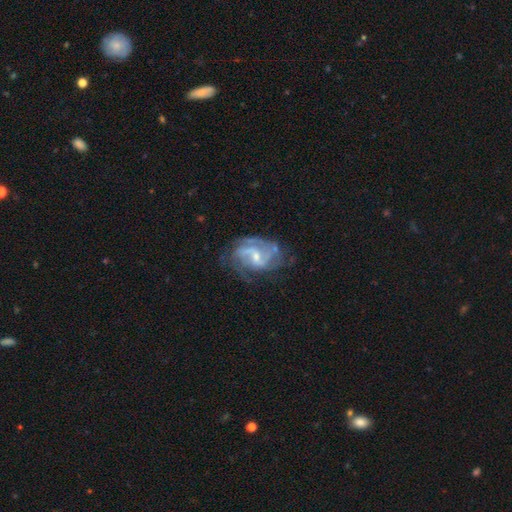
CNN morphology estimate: Smooth or featured? featured or disk (86%)
Edge-on disk? no (97%)
Bar? weak (54%)
Spiral arms? yes (94%)
Spiral winding? medium (49%)
Spiral arm count? 2 (53%)
Bulge size? small (55%)
Merging? none (60%)